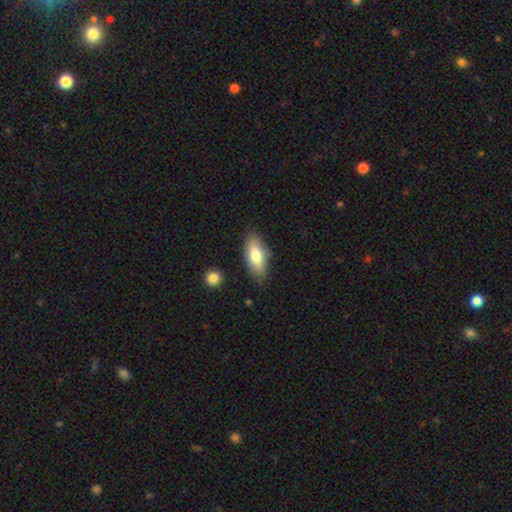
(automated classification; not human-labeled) Smooth or featured? Predicted: smooth (p=0.75). How rounded? Predicted: in between (p=0.84). Merging? Predicted: none (p=0.81).